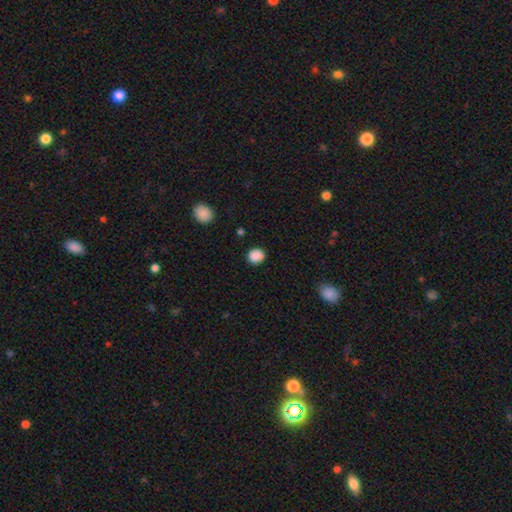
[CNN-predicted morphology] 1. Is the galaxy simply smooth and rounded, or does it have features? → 88% smooth, 10% star or artifact, 3% featured or disk.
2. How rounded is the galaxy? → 80% round, 19% in between, 1% cigar-shaped.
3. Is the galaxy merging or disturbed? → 88% none, 8% minor disturbance, 3% major disturbance, 1% merger.